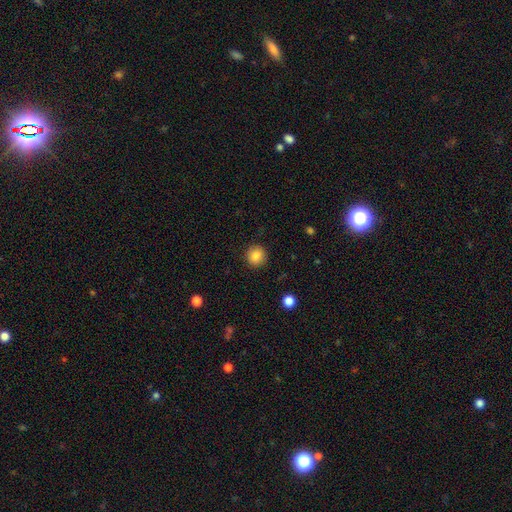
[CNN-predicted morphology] Overall: smooth (85%). How rounded: round (89%). Merging: none (90%).